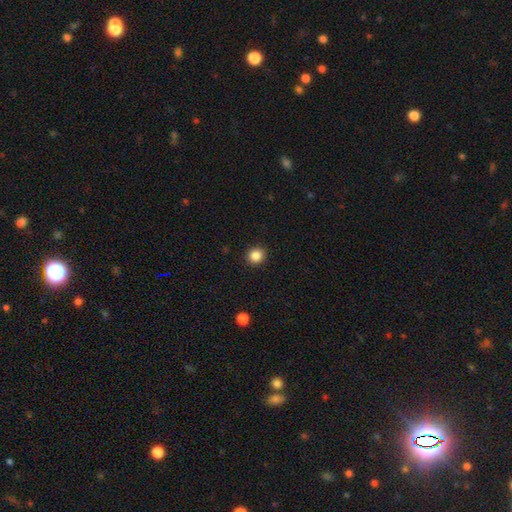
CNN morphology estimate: type=smooth (86%); roundness=round (87%); merging=none (92%).